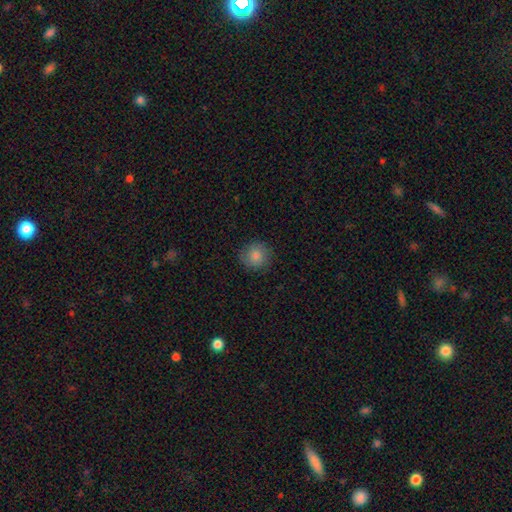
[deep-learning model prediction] Q: Smooth or featured?
A: smooth (84%); runner-up: star or artifact (9%)
Q: How rounded?
A: round (92%); runner-up: in between (7%)
Q: Merging?
A: none (86%); runner-up: minor disturbance (10%)